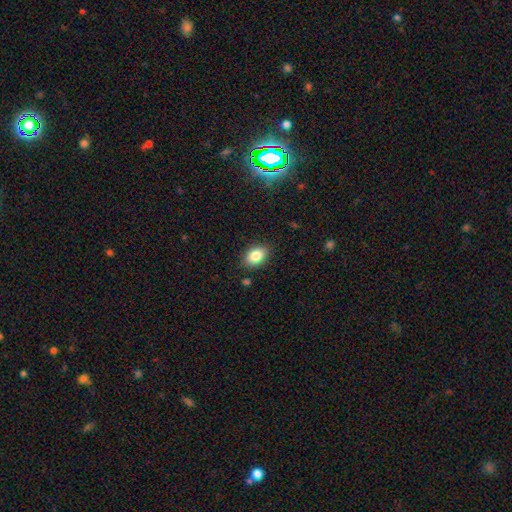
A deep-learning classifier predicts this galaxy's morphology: Smooth or featured: smooth — 84% (star or artifact — 9%)
How rounded: in between — 83% (round — 16%)
Merging: none — 84% (minor disturbance — 12%)